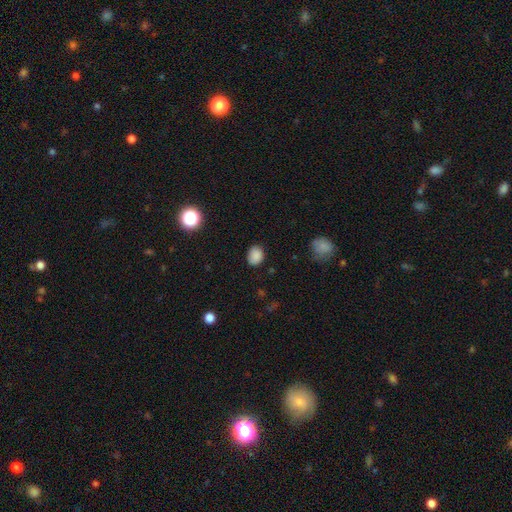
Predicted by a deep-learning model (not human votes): A smooth galaxy with no disk features (85%) that is in between round and cigar-shaped (54%).

Vote fractions:
- Smooth or featured? smooth: 85% / star or artifact: 11% / featured or disk: 4%
- How rounded? in between: 54% / round: 45% / cigar-shaped: 1%
- Merging? none: 82% / minor disturbance: 14% / major disturbance: 3% / merger: 1%